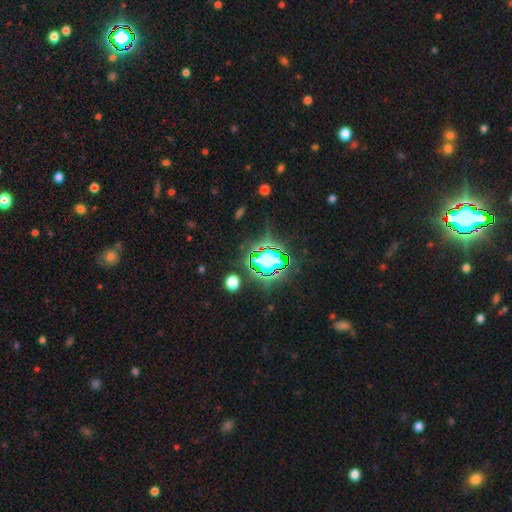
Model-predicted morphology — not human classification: Overall: star or artifact (81%).